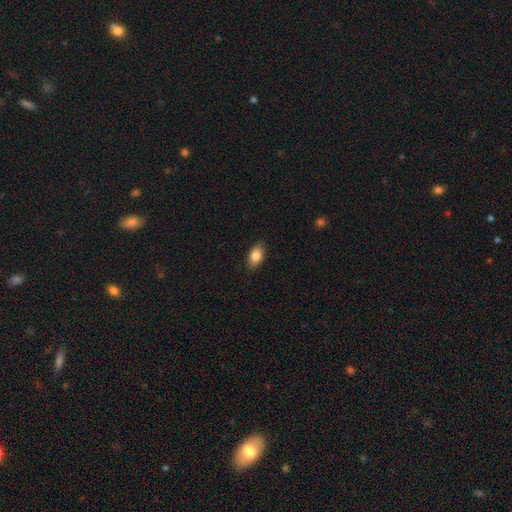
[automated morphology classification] Smooth or featured: smooth — 82% (featured or disk — 11%)
How rounded: in between — 89% (round — 7%)
Merging: none — 87% (minor disturbance — 10%)